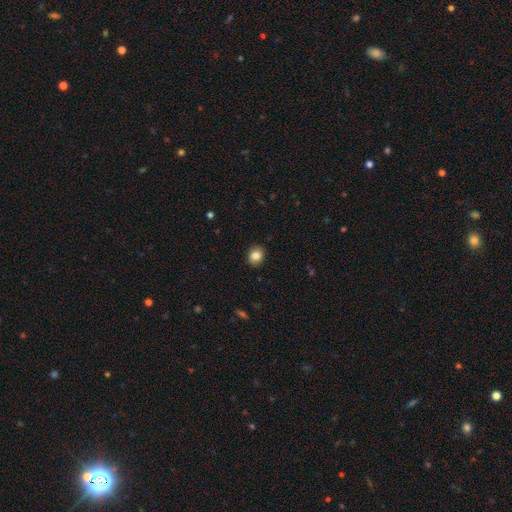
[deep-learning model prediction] Smooth or featured? smooth (84%)
How rounded? round (65%)
Merging? none (89%)